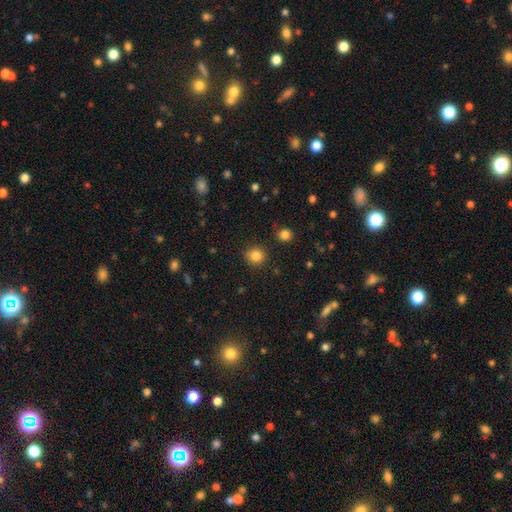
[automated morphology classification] A smooth galaxy with no disk features (85%) that is round (84%). Merging: none (87%).